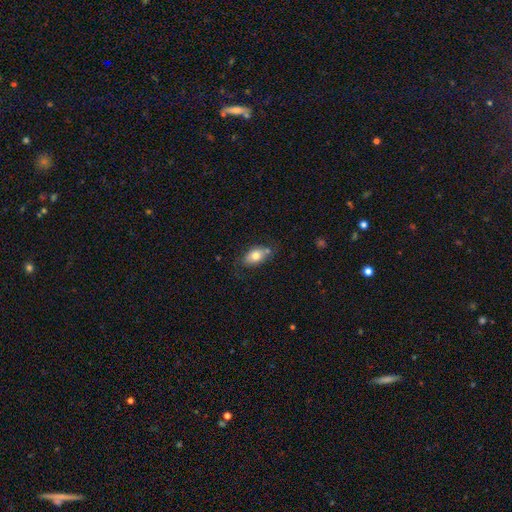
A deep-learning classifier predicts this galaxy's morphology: Smooth or featured? Predicted: smooth (p=0.74). How rounded? Predicted: in between (p=0.87). Merging? Predicted: none (p=0.65).